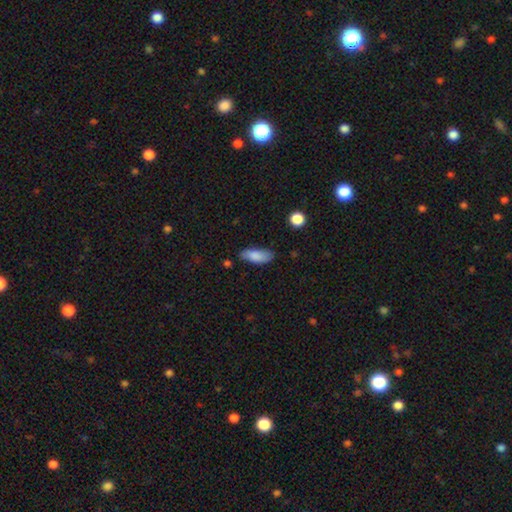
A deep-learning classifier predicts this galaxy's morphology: Q: Smooth or featured?
A: smooth (84%); runner-up: featured or disk (9%)
Q: How rounded?
A: in between (78%); runner-up: cigar-shaped (19%)
Q: Merging?
A: none (74%); runner-up: minor disturbance (20%)